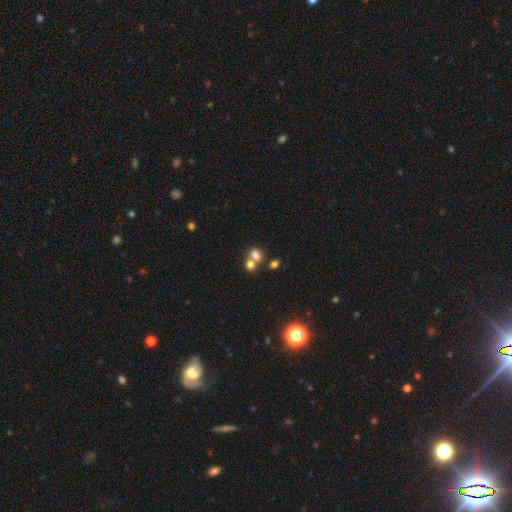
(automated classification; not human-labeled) This is likely a smooth galaxy (73%). How rounded: possibly round (53%). Merging: possibly merger (55%).